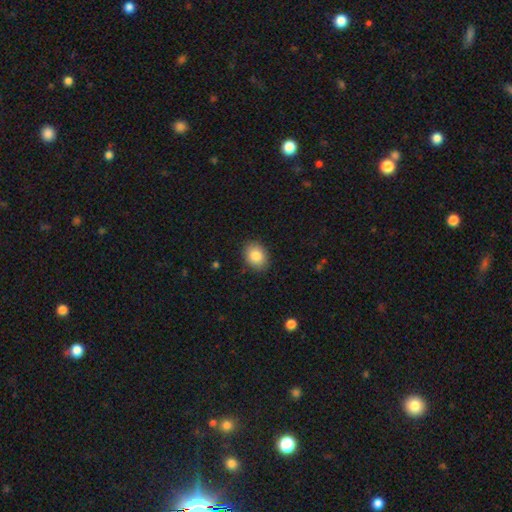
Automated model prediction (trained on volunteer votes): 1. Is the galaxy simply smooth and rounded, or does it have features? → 85% smooth, 8% star or artifact, 7% featured or disk.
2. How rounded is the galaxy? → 67% in between, 32% round, 1% cigar-shaped.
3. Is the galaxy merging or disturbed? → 88% none, 9% minor disturbance, 2% major disturbance, 1% merger.